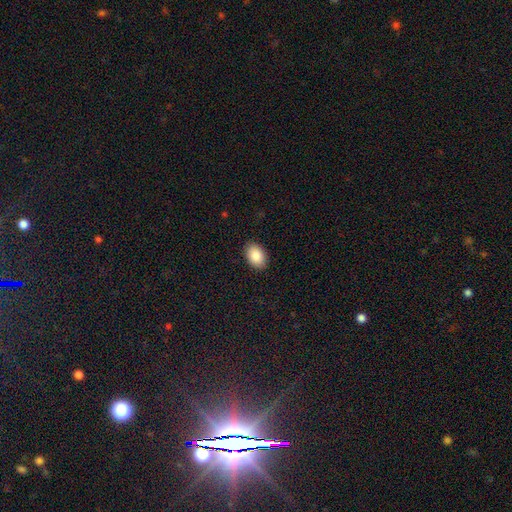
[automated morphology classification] A smooth galaxy with no disk features (89%) that is in between round and cigar-shaped (86%).

Vote fractions:
- Smooth or featured? smooth: 89% / star or artifact: 7% / featured or disk: 4%
- How rounded? in between: 86% / round: 13% / cigar-shaped: 1%
- Merging? none: 90% / minor disturbance: 7% / major disturbance: 2% / merger: 1%